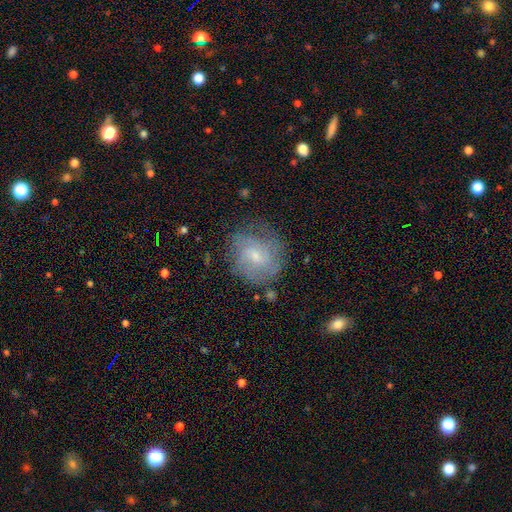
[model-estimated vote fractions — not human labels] This is possibly a featured or disk galaxy (54%). It is clearly not viewed edge-on (97%). Bar: possibly no (48%). Spiral arm pattern: likely yes (74%). Central bulge: likely small (63%). Merging: likely none (68%).